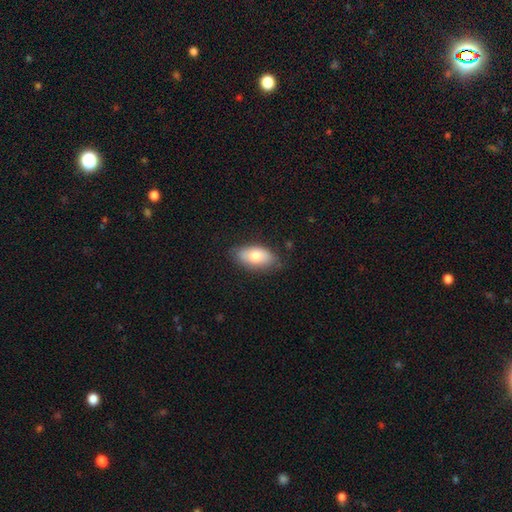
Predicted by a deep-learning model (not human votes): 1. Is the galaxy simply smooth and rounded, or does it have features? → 76% smooth, 18% featured or disk, 6% star or artifact.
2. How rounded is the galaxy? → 92% in between, 4% round, 4% cigar-shaped.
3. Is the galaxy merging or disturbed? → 78% none, 17% minor disturbance, 3% major disturbance, 1% merger.